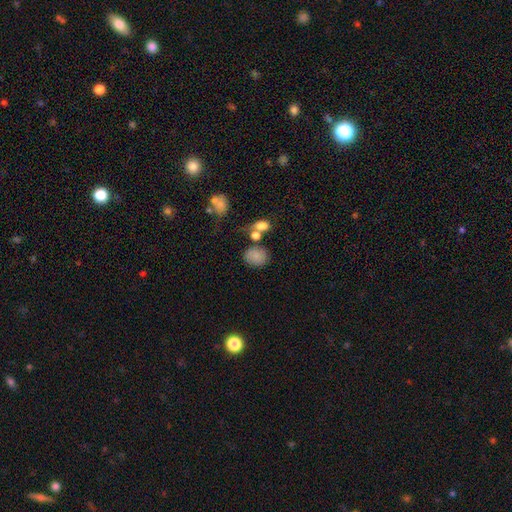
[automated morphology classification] Q: Smooth or featured?
A: smooth (80%); runner-up: star or artifact (11%)
Q: How rounded?
A: in between (50%); runner-up: round (49%)
Q: Merging?
A: none (59%); runner-up: merger (17%)